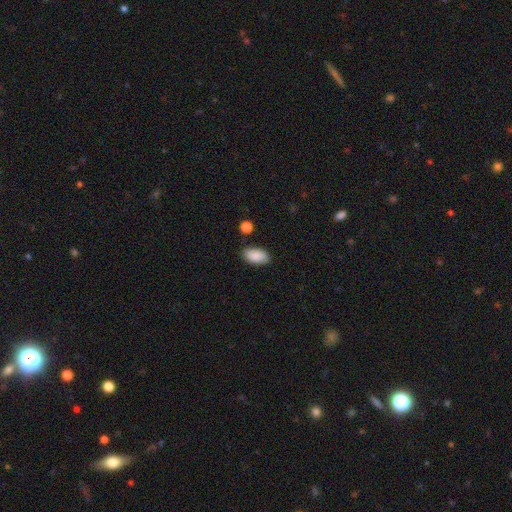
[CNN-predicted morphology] This appears to be a smooth galaxy with no disk features (88%) that is in between round and cigar-shaped (94%). Merging: none (84%).